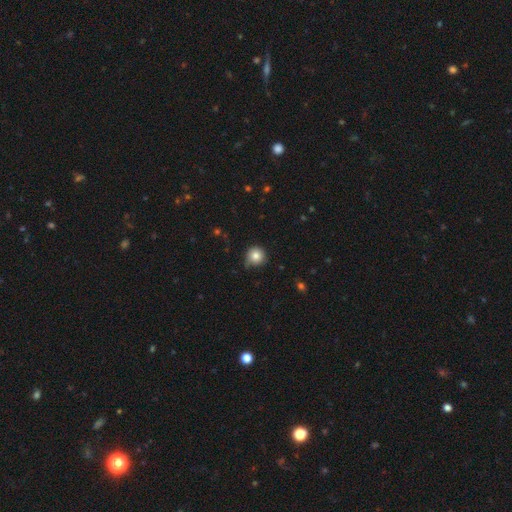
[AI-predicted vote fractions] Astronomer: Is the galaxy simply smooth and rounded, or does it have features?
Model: smooth — 82%.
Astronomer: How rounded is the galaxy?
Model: round — 94%.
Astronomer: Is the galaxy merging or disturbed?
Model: none — 74%.